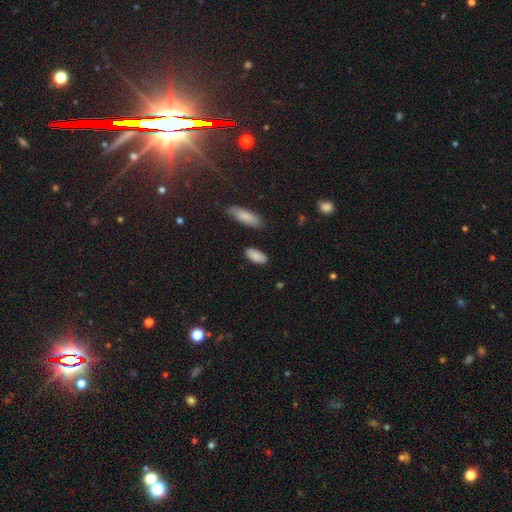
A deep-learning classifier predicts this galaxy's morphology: A smooth galaxy with no disk features (86%) that is in between round and cigar-shaped (89%).

Vote fractions:
- Smooth or featured? smooth: 86% / featured or disk: 8% / star or artifact: 7%
- How rounded? in between: 89% / cigar-shaped: 9% / round: 2%
- Merging? none: 84% / minor disturbance: 11% / merger: 3% / major disturbance: 2%